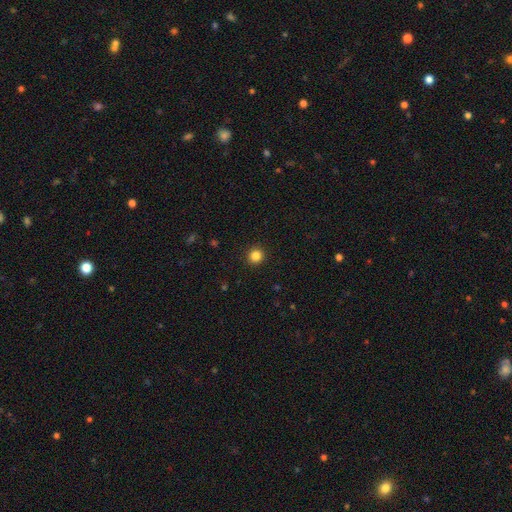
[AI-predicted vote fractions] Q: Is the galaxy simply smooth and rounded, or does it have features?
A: smooth — 84%.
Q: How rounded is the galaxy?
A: round — 94%.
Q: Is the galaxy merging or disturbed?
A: none — 93%.